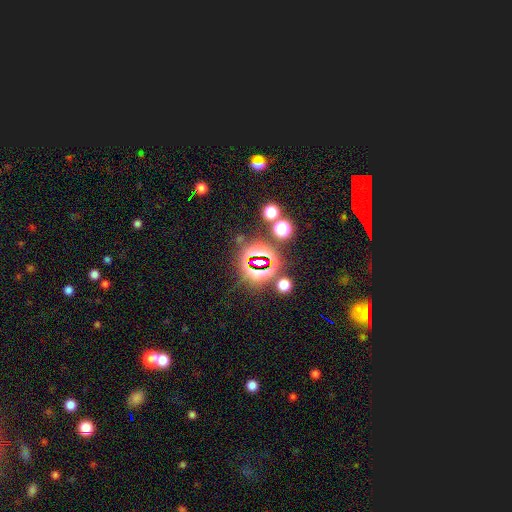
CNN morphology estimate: smooth-or-featured: star or artifact: 73% | smooth: 17% | featured or disk: 9%